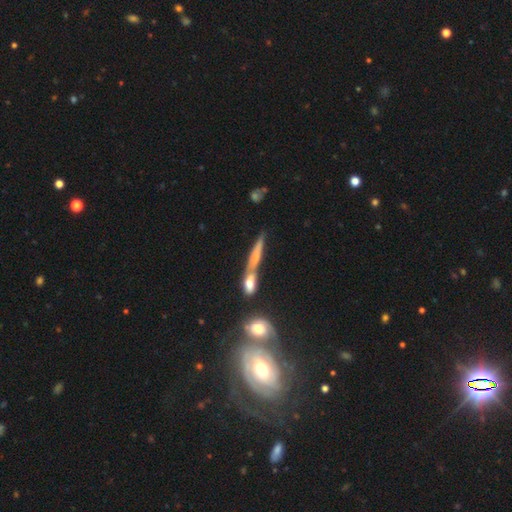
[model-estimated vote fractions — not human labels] Smooth or featured? smooth (49%)
Merging? merger (45%)